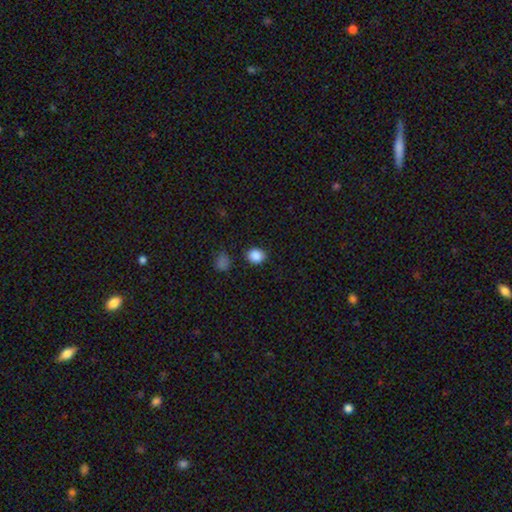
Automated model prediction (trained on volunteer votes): Smooth or featured: smooth — 87% (star or artifact — 10%)
How rounded: round — 61% (in between — 38%)
Merging: none — 85% (minor disturbance — 9%)